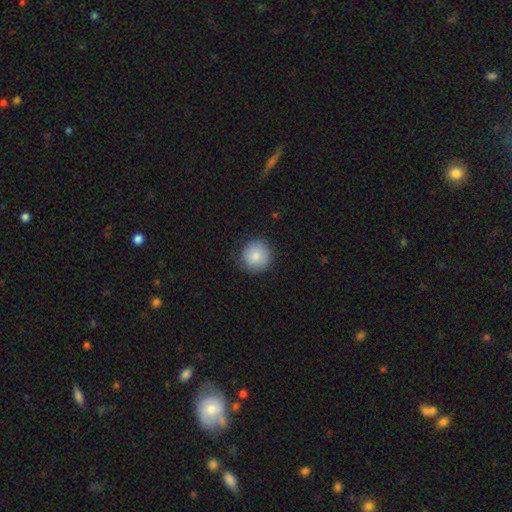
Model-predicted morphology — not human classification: A smooth galaxy with no disk features (83%) that is round (94%).

Vote fractions:
- Smooth or featured? smooth: 83% / featured or disk: 9% / star or artifact: 8%
- How rounded? round: 94% / in between: 5% / cigar-shaped: 1%
- Merging? none: 84% / minor disturbance: 12% / major disturbance: 3% / merger: 1%